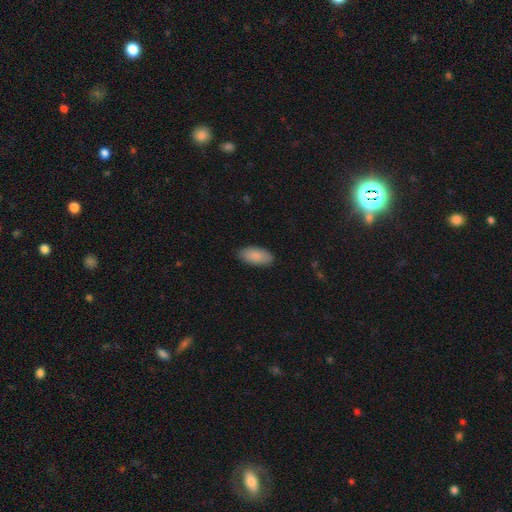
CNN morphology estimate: smooth_or_featured: smooth (p=0.88) [alt: featured or disk p=0.06]
how_rounded: in between (p=0.92) [alt: cigar-shaped p=0.06]
merging: none (p=0.86) [alt: minor disturbance p=0.11]